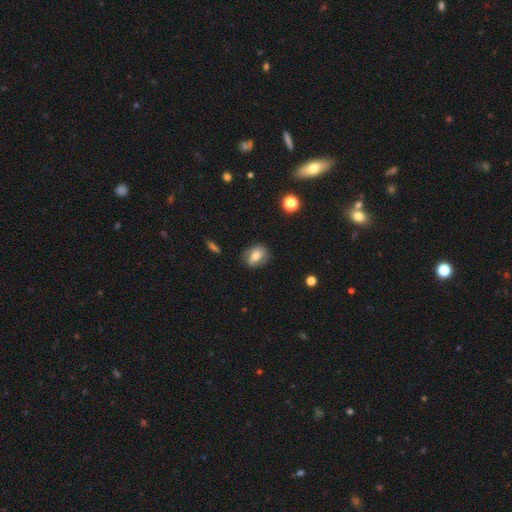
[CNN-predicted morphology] Smooth or featured? smooth (55%)
How rounded? in between (61%)
Merging? none (75%)